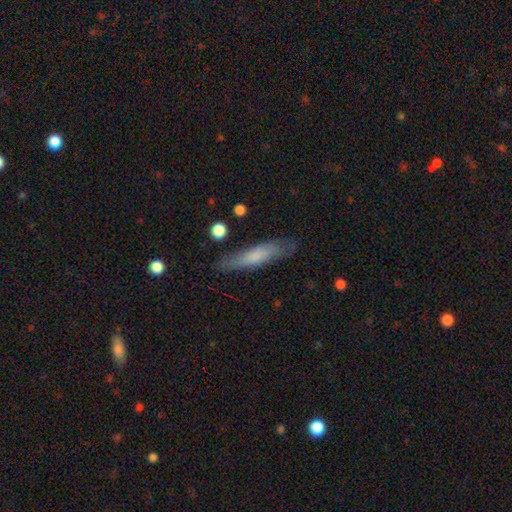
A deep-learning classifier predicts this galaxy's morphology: smooth_or_featured: smooth (p=0.65) [alt: featured or disk p=0.29]
how_rounded: cigar-shaped (p=0.80) [alt: in between p=0.18]
merging: none (p=0.77) [alt: minor disturbance p=0.17]